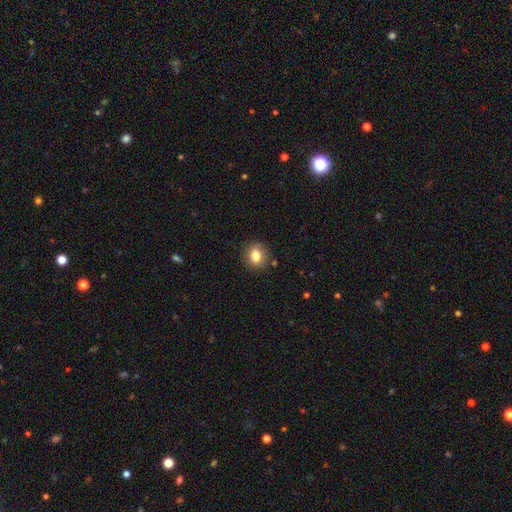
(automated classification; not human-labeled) smooth-or-featured: smooth: 80% | star or artifact: 10% | featured or disk: 9%
  how-rounded: round: 71% | in between: 28% | cigar-shaped: 1%
  merging: none: 87% | minor disturbance: 9% | major disturbance: 2% | merger: 2%